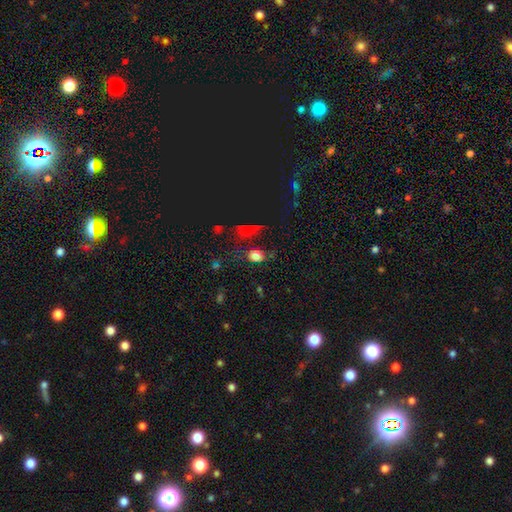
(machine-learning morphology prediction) Overall: smooth (75%). How rounded: in between (56%; round 42%). Merging: none (68%).